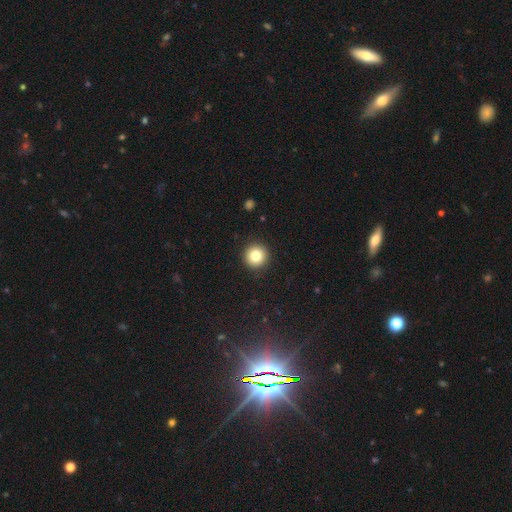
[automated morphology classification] A smooth galaxy with no disk features (81%) that is round (96%). Merging: none (93%).